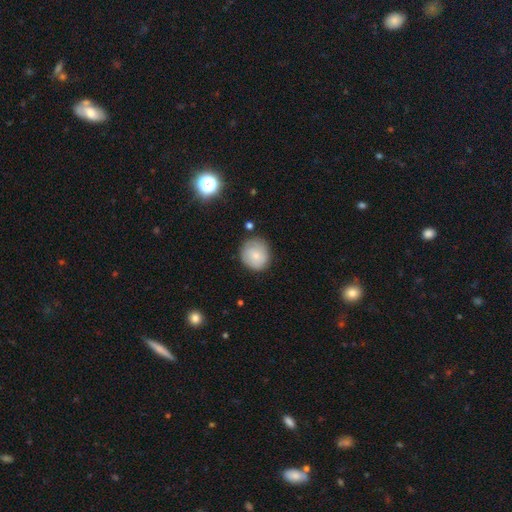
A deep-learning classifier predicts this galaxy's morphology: type=smooth (75%); roundness=round (87%); merging=none (77%).